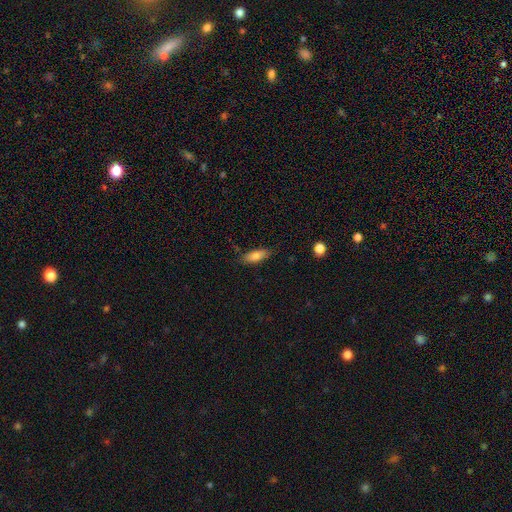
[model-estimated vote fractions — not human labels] Morphology: type=smooth (83%); roundness=in between (68%); merging=none (80%).